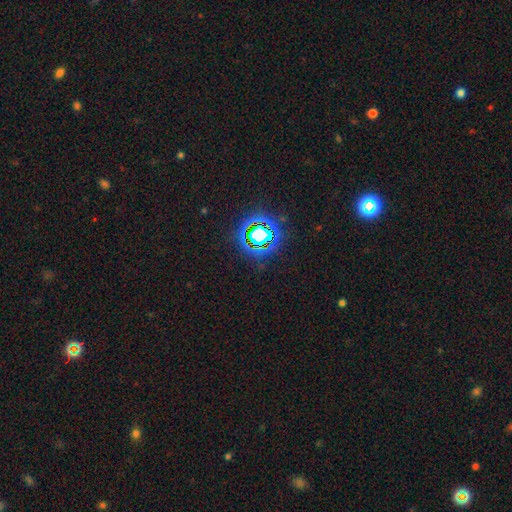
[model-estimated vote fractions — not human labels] Smooth or featured? star or artifact (81%)